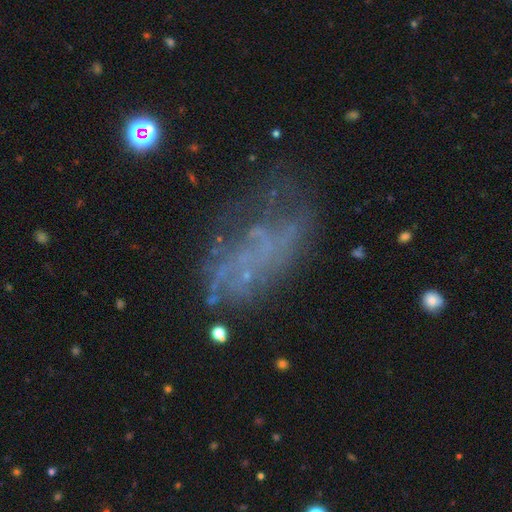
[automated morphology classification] Smooth or featured? Predicted: featured or disk (p=0.49). Merging? Predicted: none (p=0.43).